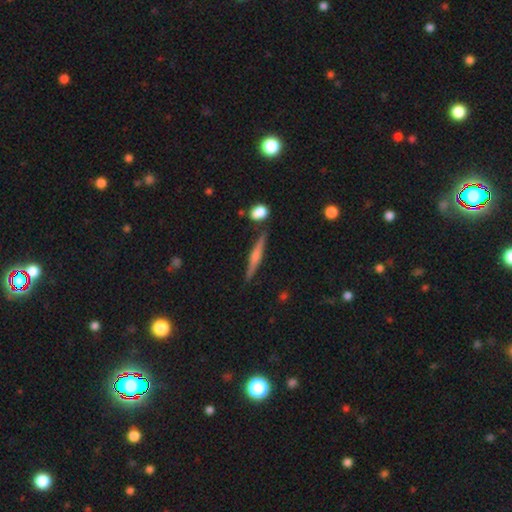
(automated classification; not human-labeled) Smooth or featured? Predicted: featured or disk (p=0.57). Edge-on disk? Predicted: yes (p=0.97). Edge-on bulge? Predicted: rounded (p=0.65). Merging? Predicted: none (p=0.83).